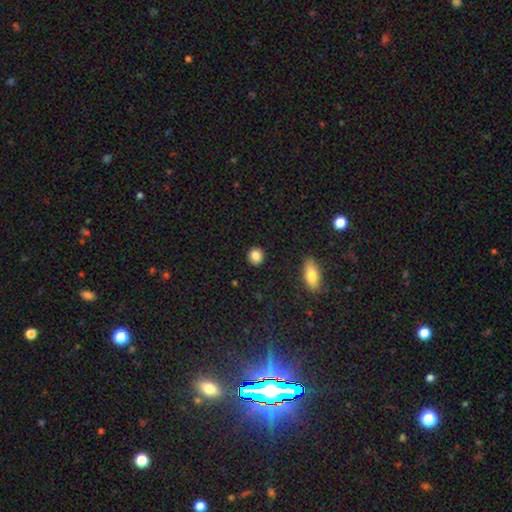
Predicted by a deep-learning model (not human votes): Smooth or featured: smooth — 86% (star or artifact — 9%)
How rounded: round — 87% (in between — 12%)
Merging: none — 90% (minor disturbance — 7%)